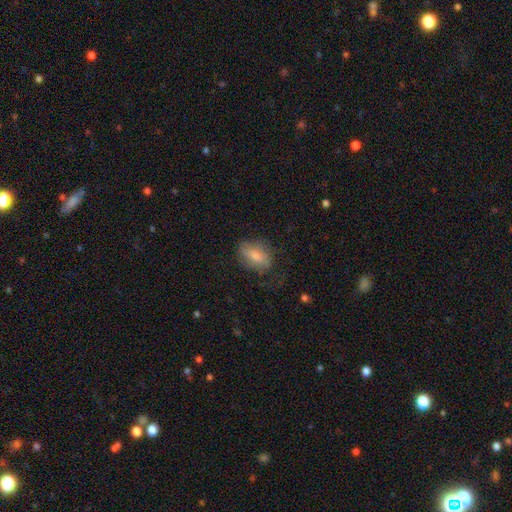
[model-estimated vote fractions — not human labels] This appears to be a smooth galaxy with no disk features (73%) that is in between round and cigar-shaped (85%). Merging: none (57%).